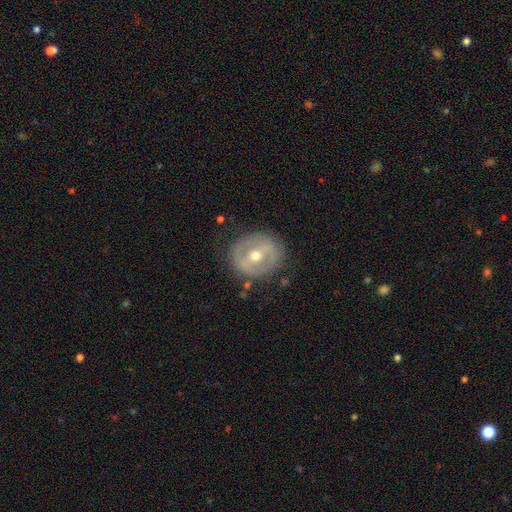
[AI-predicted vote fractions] Overall: featured or disk (68%). Edge-on disk: no (94%). Bar: strong (42%; weak 36%). Spiral arms: no (71%). Bulge size: moderate (66%; small 30%). Merging: none (81%).